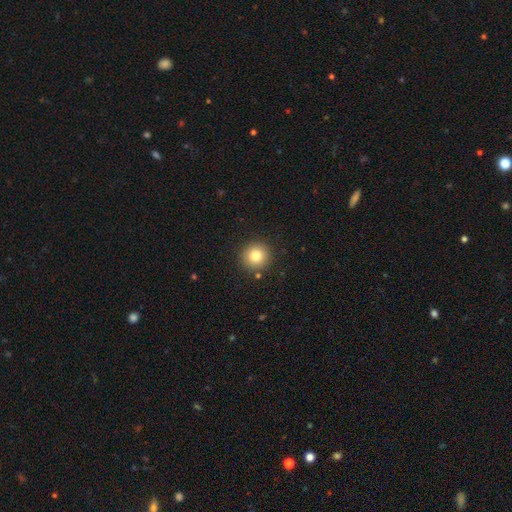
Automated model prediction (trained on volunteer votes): Smooth or featured?
  - smooth: 80% *
  - star or artifact: 11%
  - featured or disk: 9%
How rounded?
  - round: 94% *
  - in between: 5%
  - cigar-shaped: 1%
Merging?
  - none: 89% *
  - minor disturbance: 6%
  - major disturbance: 2%
  - merger: 2%